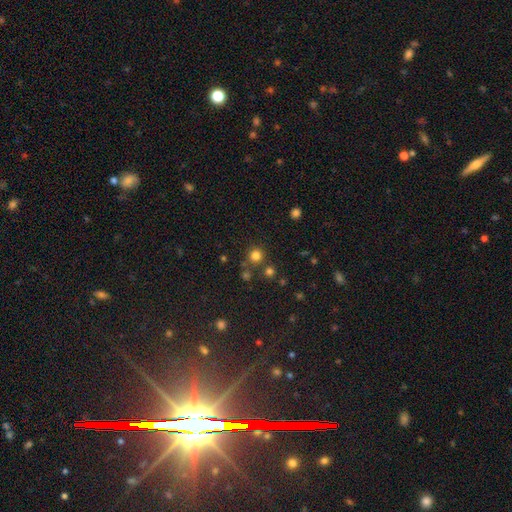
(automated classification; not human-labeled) Overall: smooth (77%). How rounded: round (94%). Merging: none (79%).